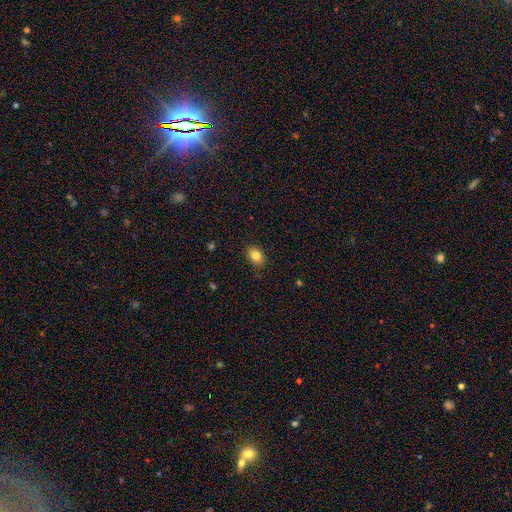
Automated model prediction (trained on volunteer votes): This is clearly a smooth galaxy (82%). How rounded: likely in between (68%). Merging: clearly none (86%).